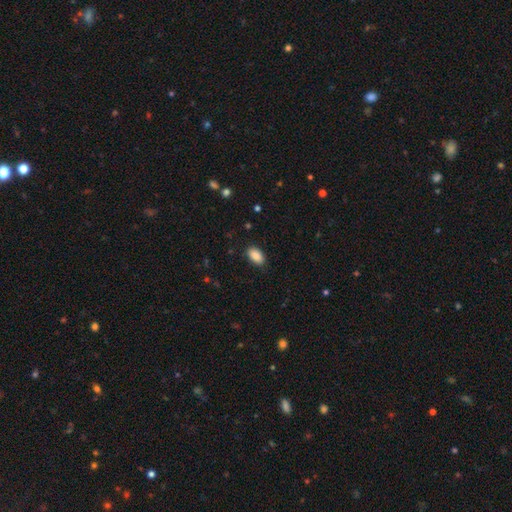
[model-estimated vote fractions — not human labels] smooth-or-featured: smooth: 89% | star or artifact: 7% | featured or disk: 4%
  how-rounded: in between: 94% | round: 4% | cigar-shaped: 2%
  merging: none: 87% | minor disturbance: 10% | major disturbance: 2% | merger: 1%